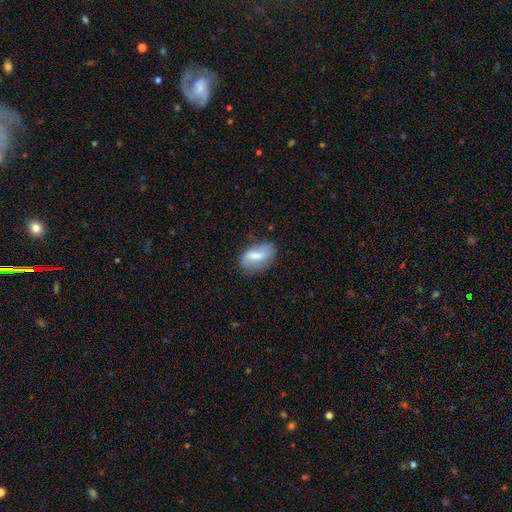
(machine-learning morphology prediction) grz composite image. It shows a smooth galaxy with no disk features (54%) that is in between round and cigar-shaped (89%). Merging: none (67%).